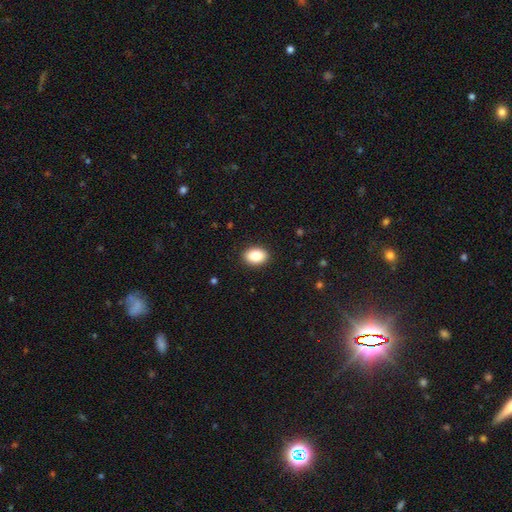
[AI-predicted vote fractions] Q: Smooth or featured?
A: smooth (85%); runner-up: star or artifact (8%)
Q: How rounded?
A: in between (80%); runner-up: round (19%)
Q: Merging?
A: none (90%); runner-up: minor disturbance (7%)